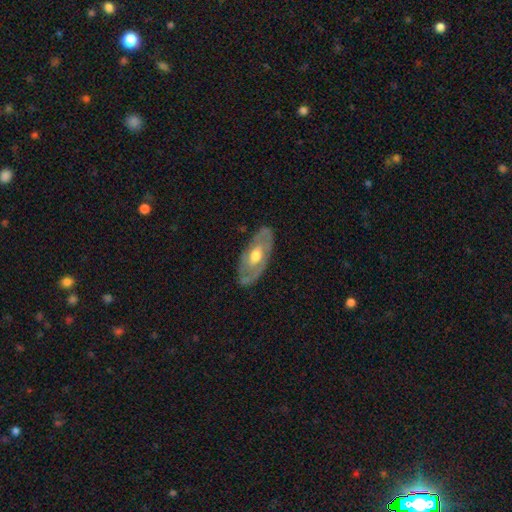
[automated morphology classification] Overall: featured or disk (66%; smooth 30%). Edge-on disk: no (83%). Bar: no (69%). Spiral arms: no (50%, tied with yes). Bulge size: moderate (72%). Merging: none (79%).